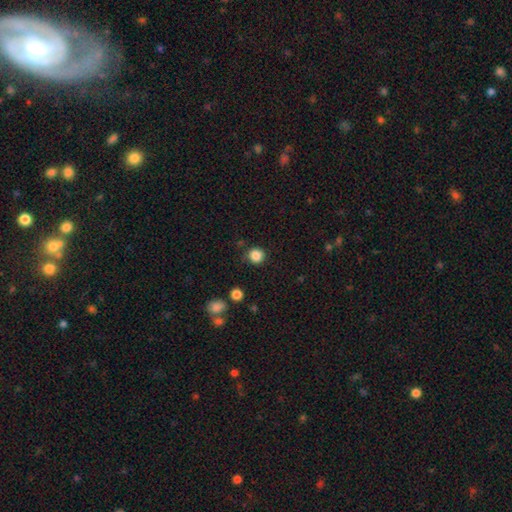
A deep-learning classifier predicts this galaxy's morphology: The model was most divided on "merging": none: 81%, minor disturbance: 13%, major disturbance: 3%, merger: 3%. More confident: how rounded — round (92%); smooth or featured — smooth (85%).